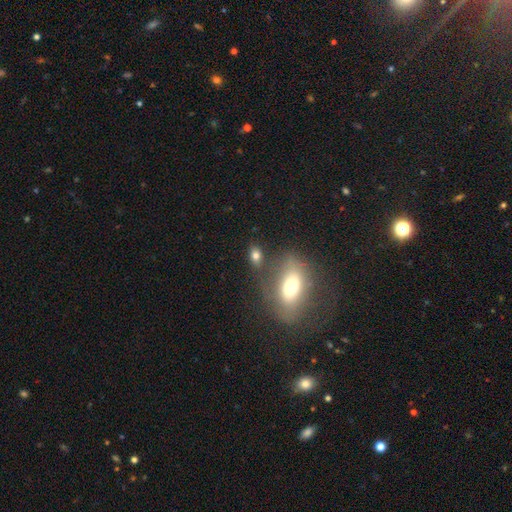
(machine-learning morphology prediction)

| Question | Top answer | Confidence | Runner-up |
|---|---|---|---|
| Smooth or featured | smooth | 77% | star or artifact (12%) |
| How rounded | in between | 80% | round (16%) |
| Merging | none | 65% | merger (15%) |